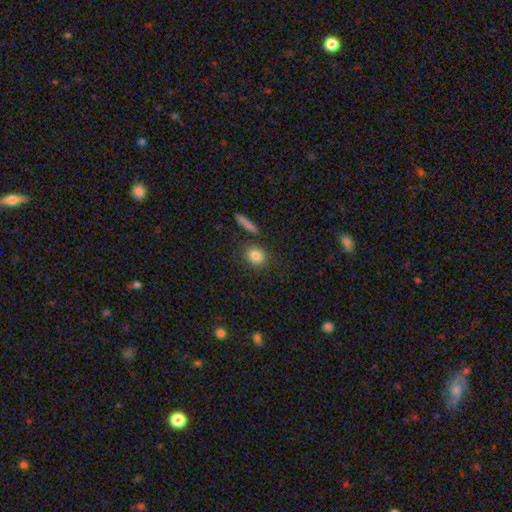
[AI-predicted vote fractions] Smooth or featured? Predicted: smooth (p=0.83). How rounded? Predicted: round (p=0.74). Merging? Predicted: none (p=0.79).